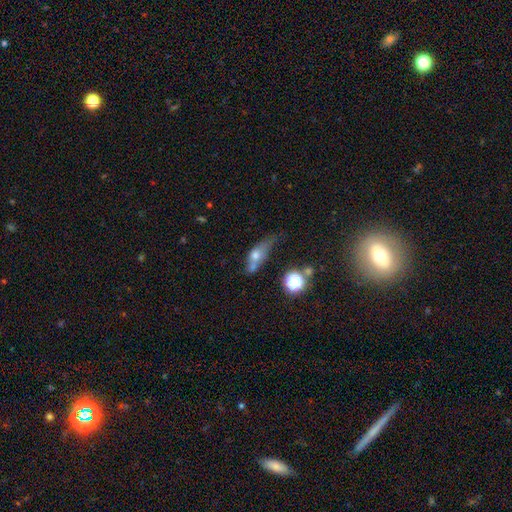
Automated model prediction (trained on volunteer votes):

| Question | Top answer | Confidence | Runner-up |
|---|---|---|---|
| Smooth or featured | smooth | 54% | featured or disk (32%) |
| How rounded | in between | 56% | cigar-shaped (29%) |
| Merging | none | 33% | minor disturbance (27%) |